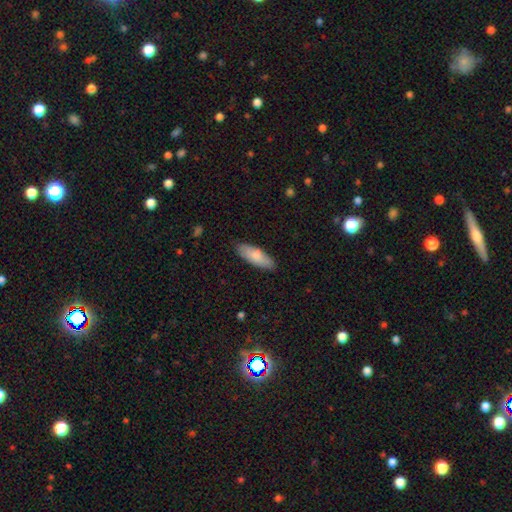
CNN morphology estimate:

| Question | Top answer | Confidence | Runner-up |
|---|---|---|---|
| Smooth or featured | smooth | 82% | featured or disk (13%) |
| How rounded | in between | 67% | cigar-shaped (31%) |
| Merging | none | 83% | minor disturbance (13%) |